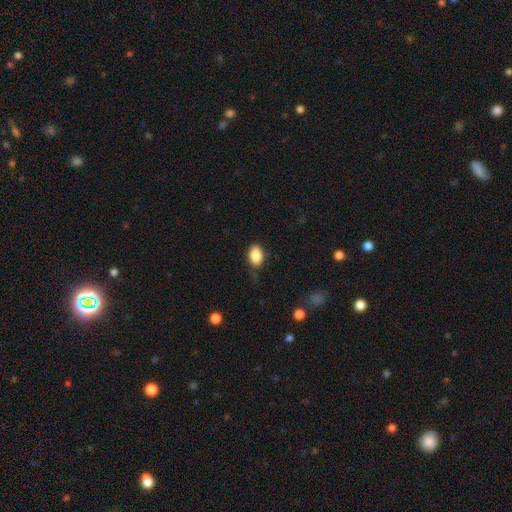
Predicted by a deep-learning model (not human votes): Overall: smooth (87%). How rounded: in between (86%). Merging: none (70%).